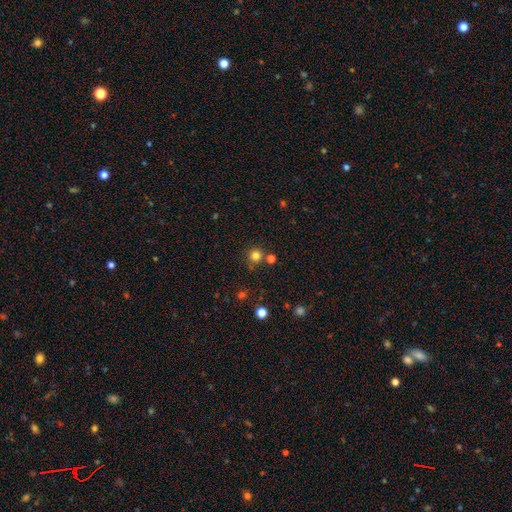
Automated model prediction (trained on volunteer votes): Smooth or featured?
  - smooth: 79% *
  - star or artifact: 15%
  - featured or disk: 5%
How rounded?
  - round: 94% *
  - in between: 5%
  - cigar-shaped: 1%
Merging?
  - none: 79% *
  - merger: 10%
  - minor disturbance: 9%
  - major disturbance: 3%